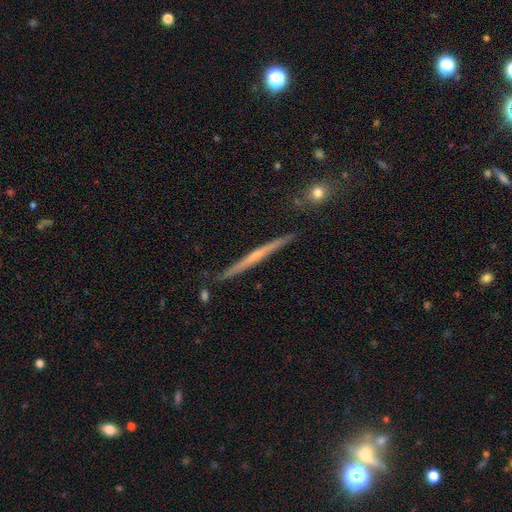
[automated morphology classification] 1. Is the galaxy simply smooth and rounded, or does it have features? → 67% featured or disk, 26% smooth, 7% star or artifact.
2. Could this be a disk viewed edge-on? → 97% yes, 3% no.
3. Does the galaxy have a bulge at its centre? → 56% none, 39% rounded, 6% boxy.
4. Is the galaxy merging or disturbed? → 87% none, 10% minor disturbance, 2% merger, 2% major disturbance.